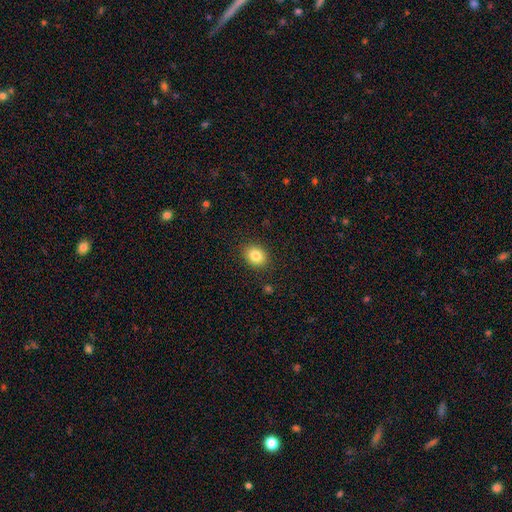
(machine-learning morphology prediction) smooth_or_featured: smooth (p=0.84) [alt: star or artifact p=0.09]
how_rounded: round (p=0.50) [alt: in between p=0.49]
merging: none (p=0.88) [alt: minor disturbance p=0.08]